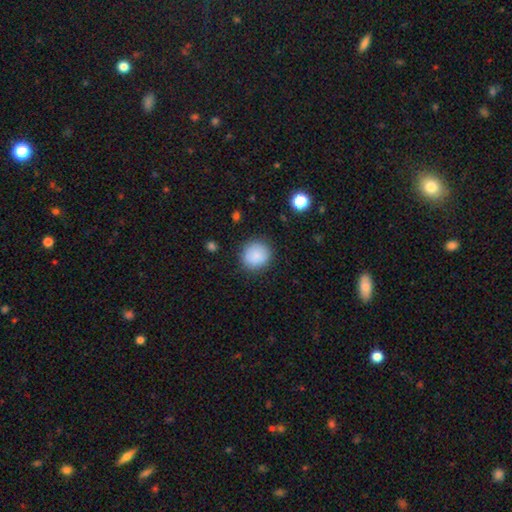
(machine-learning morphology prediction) Smooth or featured? Predicted: smooth (p=0.87). How rounded? Predicted: round (p=0.89). Merging? Predicted: none (p=0.87).